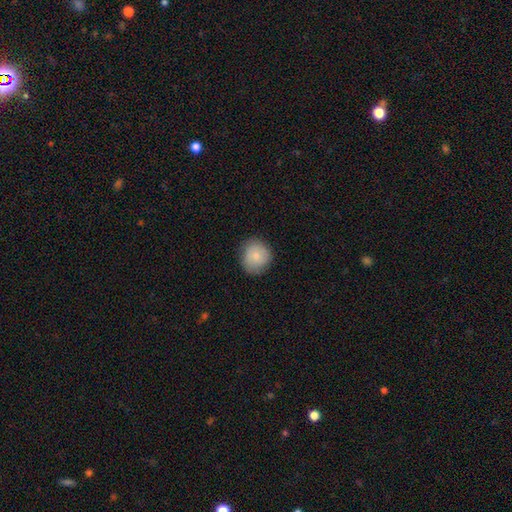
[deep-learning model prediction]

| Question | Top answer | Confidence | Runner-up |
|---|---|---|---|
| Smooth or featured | smooth | 78% | featured or disk (15%) |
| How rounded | round | 84% | in between (15%) |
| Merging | none | 77% | minor disturbance (18%) |